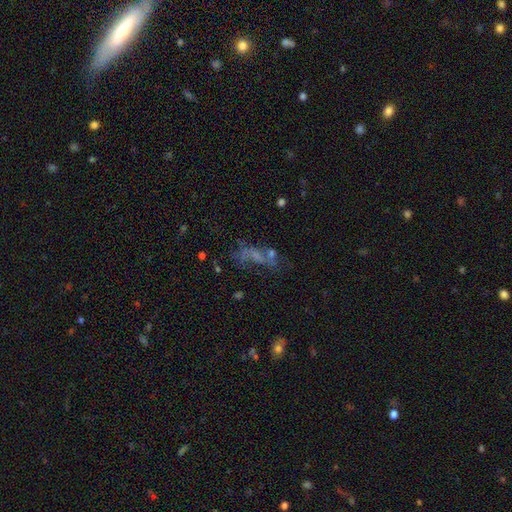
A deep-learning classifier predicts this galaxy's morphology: featured or disk 41%, star or artifact 30%, smooth 29%. Down the decision tree: merging — none (33%).